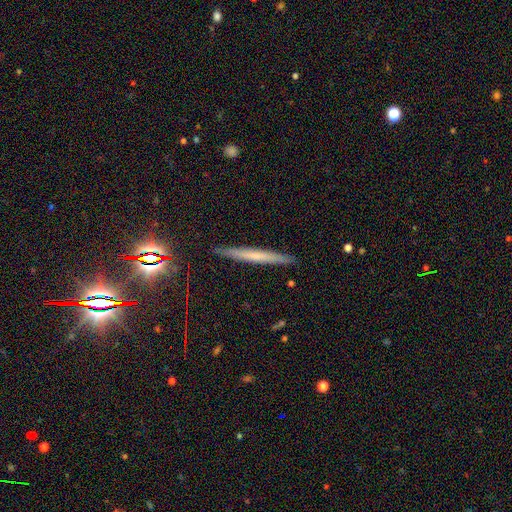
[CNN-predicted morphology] This is possibly a smooth galaxy (48%). Merging: clearly none (90%).